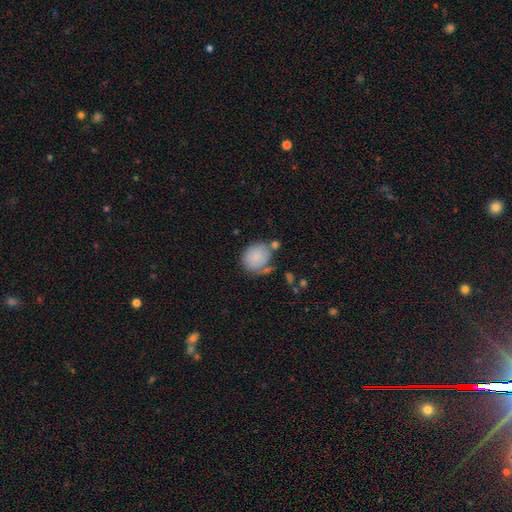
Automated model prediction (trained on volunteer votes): Q: Smooth or featured?
A: smooth (83%); runner-up: featured or disk (9%)
Q: How rounded?
A: round (74%); runner-up: in between (25%)
Q: Merging?
A: none (55%); runner-up: minor disturbance (22%)